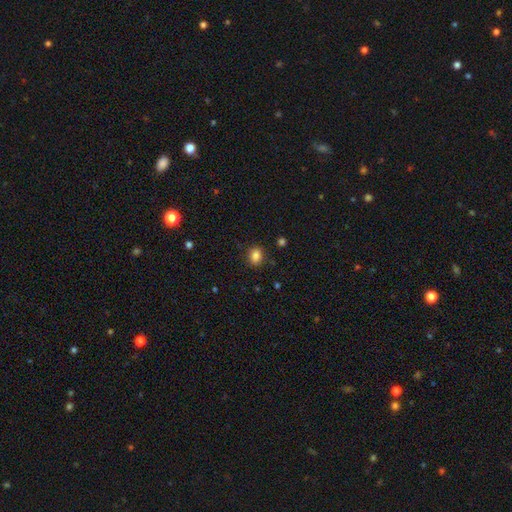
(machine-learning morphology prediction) Smooth or featured: smooth — 84% (star or artifact — 11%)
How rounded: in between — 53% (round — 46%)
Merging: none — 85% (minor disturbance — 10%)